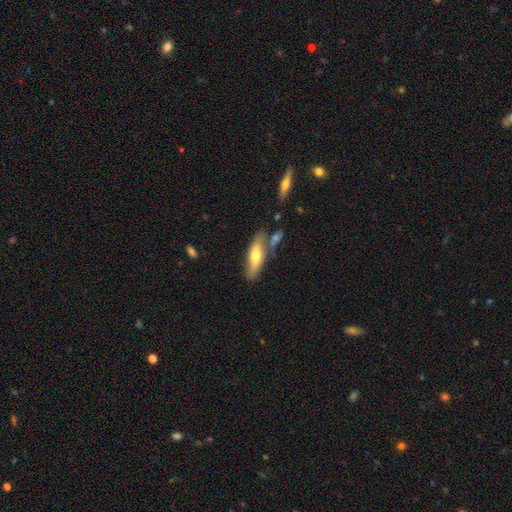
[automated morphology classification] This is possibly a smooth galaxy (55%). How rounded: possibly cigar-shaped (50%). Merging: likely none (64%).